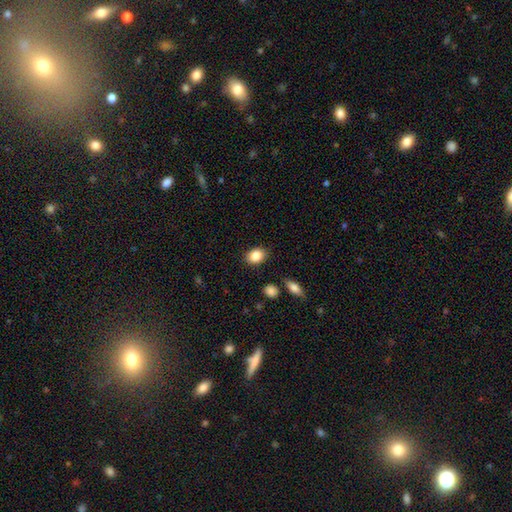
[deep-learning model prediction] Smooth or featured? smooth (86%)
How rounded? in between (68%)
Merging? none (87%)